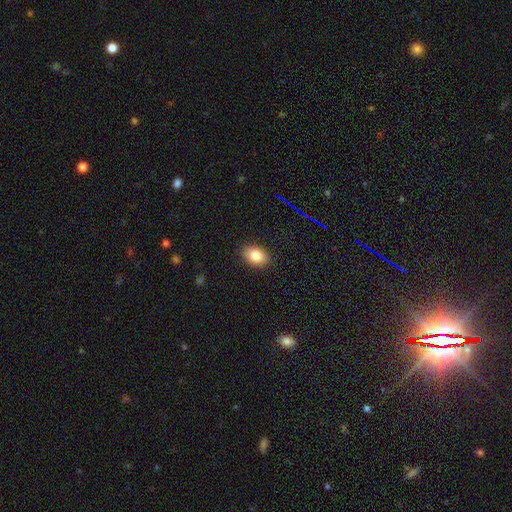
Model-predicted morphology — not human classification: This is clearly a smooth galaxy (83%). How rounded: likely in between (79%). Merging: clearly none (88%).